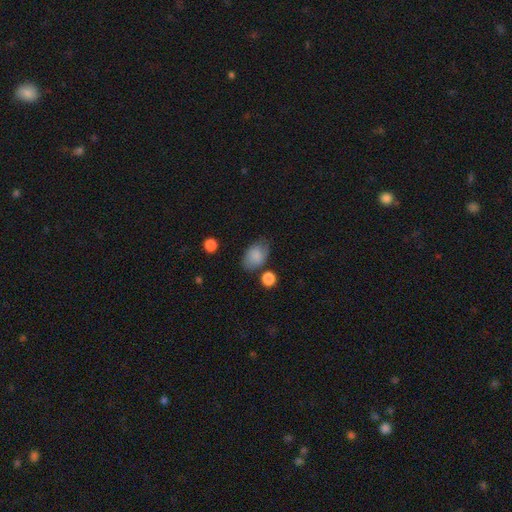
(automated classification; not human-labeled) The model was most divided on "merging": none: 68%, minor disturbance: 21%, major disturbance: 6%, merger: 5%. More confident: how rounded — in between (86%); smooth or featured — smooth (80%).